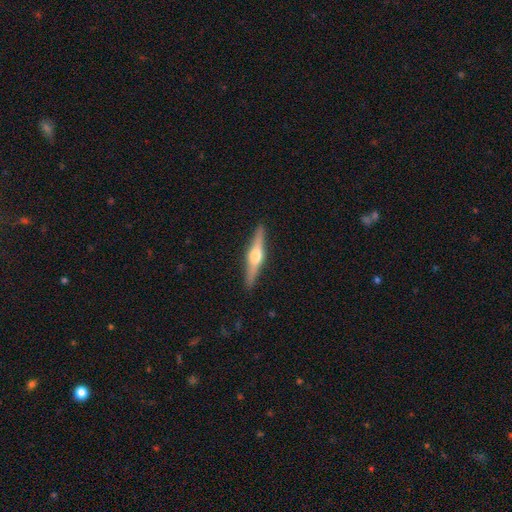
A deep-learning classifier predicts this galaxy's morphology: featured or disk 72%, smooth 22%, star or artifact 5%. Down the decision tree: edge-on disk — yes (98%); edge-on bulge — rounded (94%); merging — none (91%).